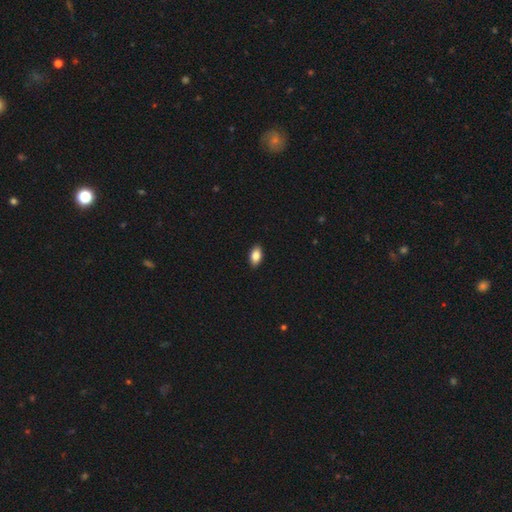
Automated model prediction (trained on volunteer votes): Smooth or featured? smooth (86%)
How rounded? in between (92%)
Merging? none (90%)